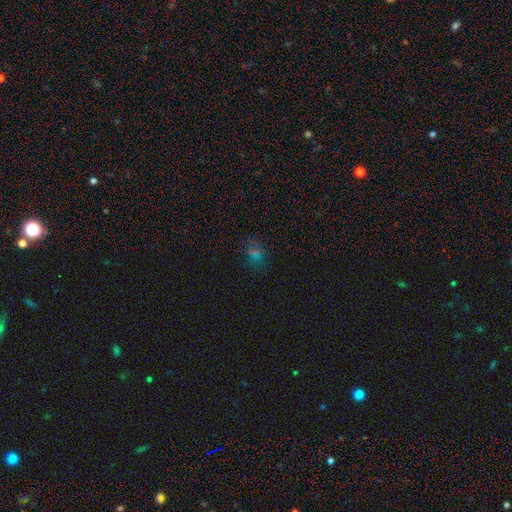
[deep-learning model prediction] Smooth or featured? smooth (47%)
Merging? none (73%)